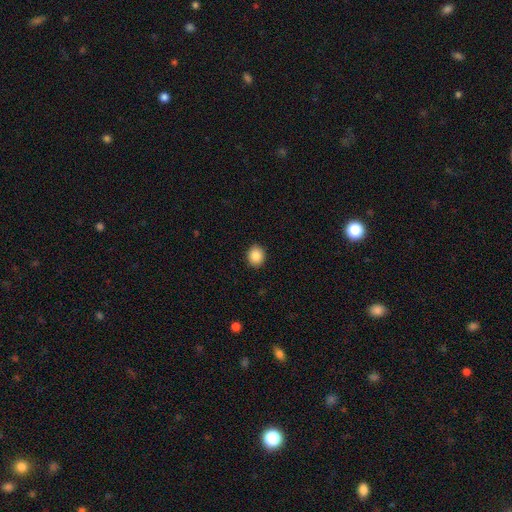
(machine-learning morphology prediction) This is clearly a smooth galaxy (86%). How rounded: likely round (73%). Merging: clearly none (92%).